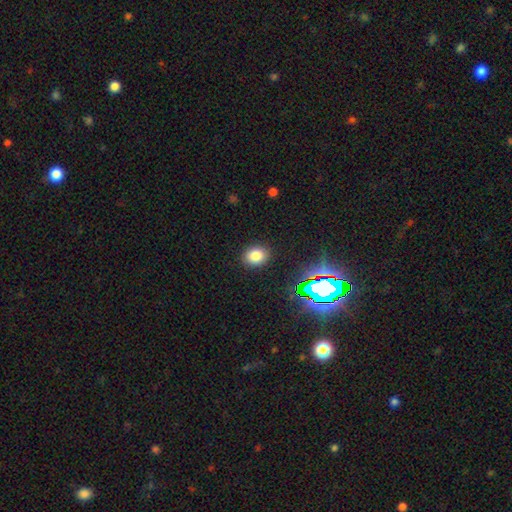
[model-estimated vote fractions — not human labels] Smooth or featured? smooth (79%)
How rounded? round (55%)
Merging? none (88%)